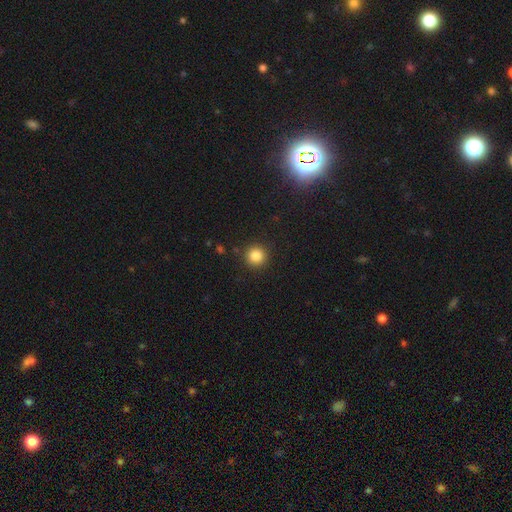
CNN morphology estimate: Smooth or featured: smooth — 84% (star or artifact — 11%)
How rounded: round — 95% (in between — 4%)
Merging: none — 91% (minor disturbance — 6%)